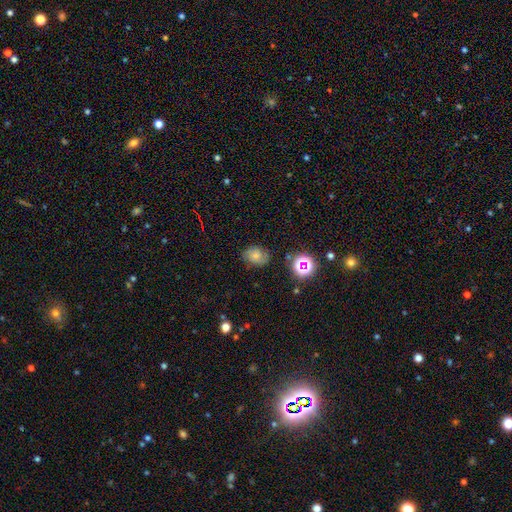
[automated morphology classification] Smooth or featured?
  - smooth: 56% *
  - featured or disk: 27%
  - star or artifact: 17%
How rounded?
  - in between: 59% *
  - round: 40%
  - cigar-shaped: 1%
Merging?
  - none: 71% *
  - minor disturbance: 21%
  - major disturbance: 6%
  - merger: 2%